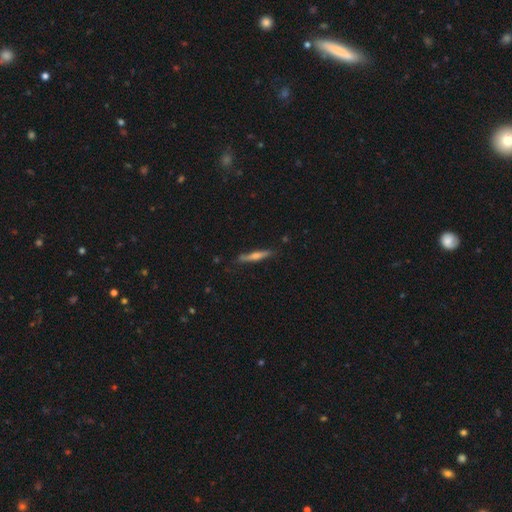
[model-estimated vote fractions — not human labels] Smooth or featured?
  - featured or disk: 61% *
  - smooth: 31%
  - star or artifact: 8%
Edge-on disk?
  - yes: 96% *
  - no: 4%
Edge-on bulge?
  - rounded: 76% *
  - none: 16%
  - boxy: 9%
Merging?
  - none: 85% *
  - minor disturbance: 11%
  - major disturbance: 2%
  - merger: 1%